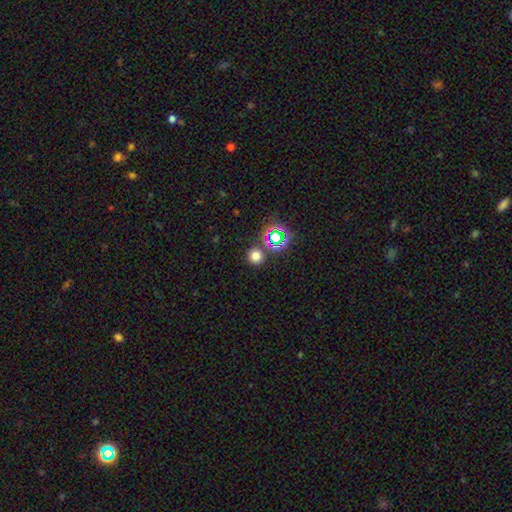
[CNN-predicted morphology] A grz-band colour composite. It shows a smooth galaxy with no disk features (71%) that is round (92%). Merging: none (82%).